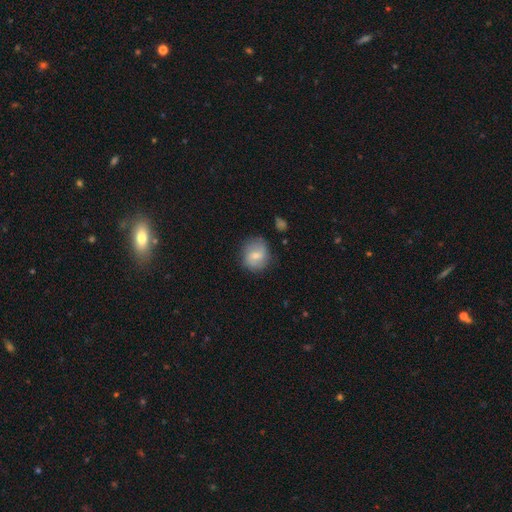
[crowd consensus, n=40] A smooth galaxy with no disk features (68%) that is round (81%).

Vote fractions:
- Smooth or featured? smooth: 68% / featured or disk: 30% / star or artifact: 2%
- How rounded? round: 81% / in between: 19% / cigar-shaped: 0%
- Merging? none: 85% / minor disturbance: 10% / major disturbance: 5% / merger: 0%